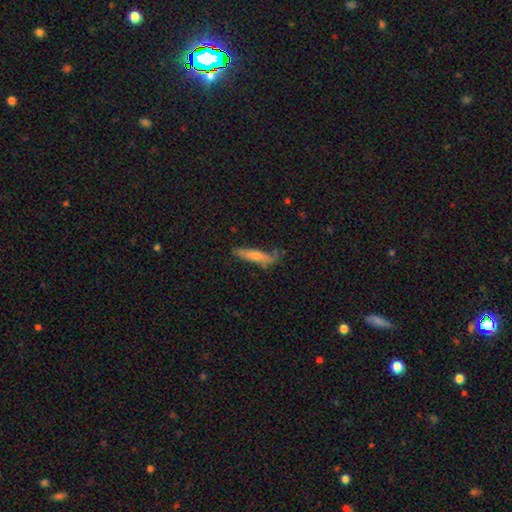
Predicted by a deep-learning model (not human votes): This is possibly a smooth galaxy (54%). How rounded: clearly cigar-shaped (84%). Merging: likely none (60%).